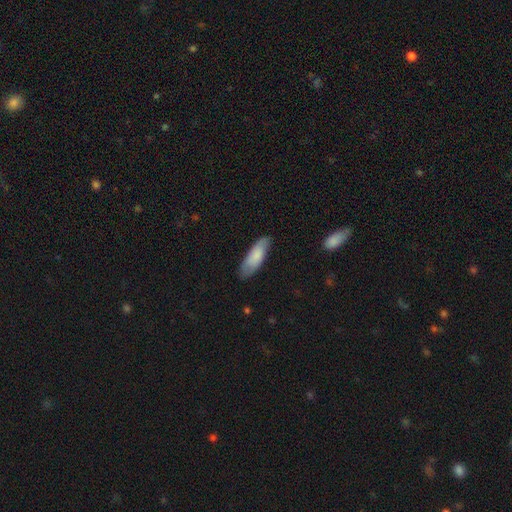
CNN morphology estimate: This appears to be a smooth galaxy with no disk features (79%) that is in between round and cigar-shaped (59%). Merging: none (78%).